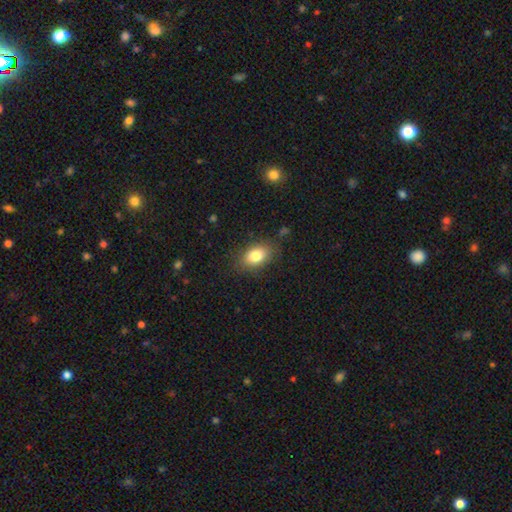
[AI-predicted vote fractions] Smooth or featured?
  - smooth: 81% *
  - featured or disk: 11%
  - star or artifact: 8%
How rounded?
  - in between: 85% *
  - round: 14%
  - cigar-shaped: 2%
Merging?
  - none: 82% *
  - minor disturbance: 13%
  - major disturbance: 4%
  - merger: 1%